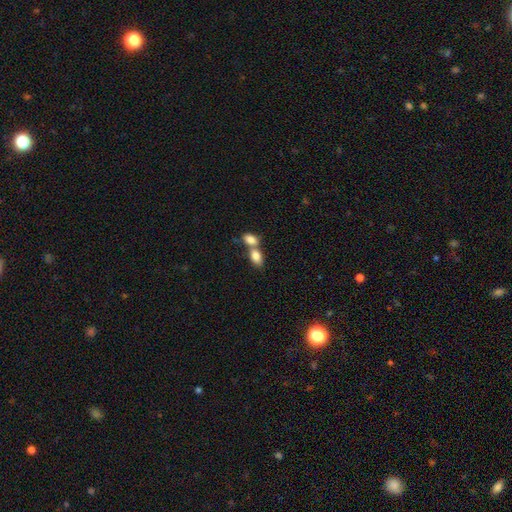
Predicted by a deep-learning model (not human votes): smooth 83%, featured or disk 9%, star or artifact 7%. Down the decision tree: how rounded — in between (88%); merging — merger (62%).